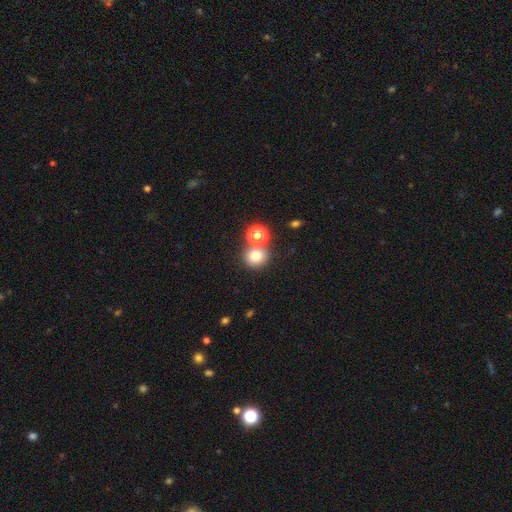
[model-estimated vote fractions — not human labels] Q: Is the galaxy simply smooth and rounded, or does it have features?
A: smooth — 77%.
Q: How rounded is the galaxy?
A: round — 82%.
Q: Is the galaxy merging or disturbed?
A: none — 63%.